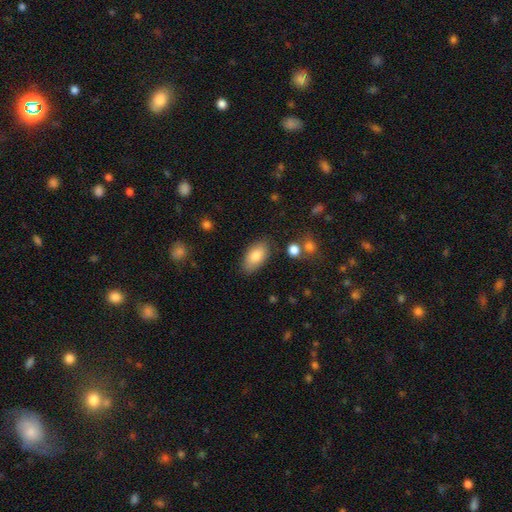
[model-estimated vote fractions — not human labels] The model was most divided on "merging": none: 82%, minor disturbance: 13%, major disturbance: 3%, merger: 3%. More confident: how rounded — in between (93%); smooth or featured — smooth (83%).